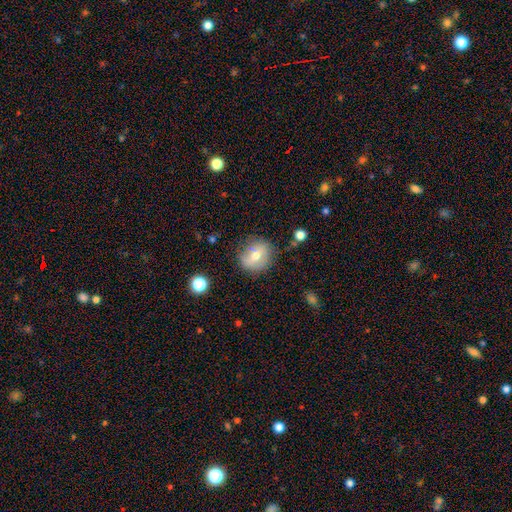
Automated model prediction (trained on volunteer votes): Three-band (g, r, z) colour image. It shows a smooth galaxy with no disk features (59%) that is round (69%). Merging: none (72%).